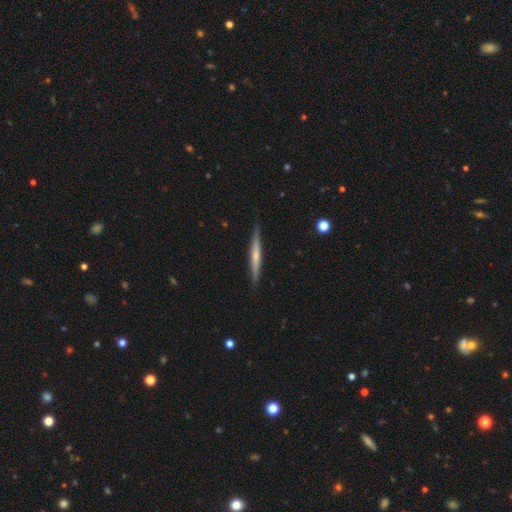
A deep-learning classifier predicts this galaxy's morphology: Smooth or featured: featured or disk — 59% (smooth — 36%)
Edge-on disk: yes — 97% (no — 3%)
Edge-on bulge: rounded — 50% (none — 43%)
Merging: none — 89% (minor disturbance — 8%)